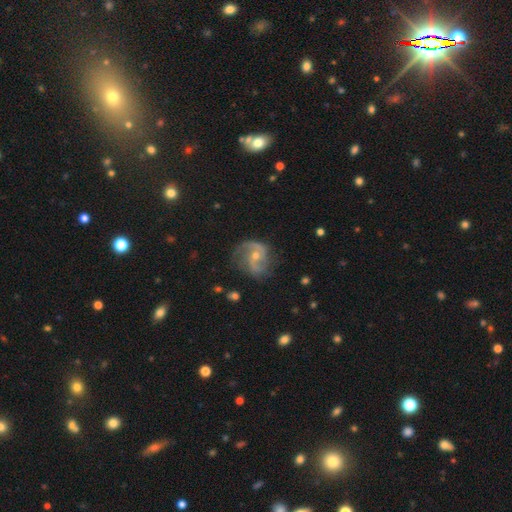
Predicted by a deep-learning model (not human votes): The model was most divided on "spiral winding": medium: 48%, loose: 36%, tight: 16%. More confident: edge-on disk — no (97%); spiral arms — yes (96%); smooth or featured — featured or disk (84%); spiral arm count — 2 (83%); merging — none (75%); bulge size — small (55%); bar — no (54%).